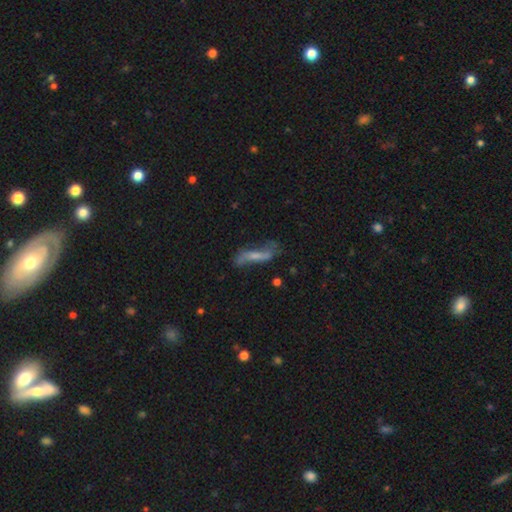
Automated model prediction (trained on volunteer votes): This appears to be a featured or disk galaxy (51%). Merging: none (46%).